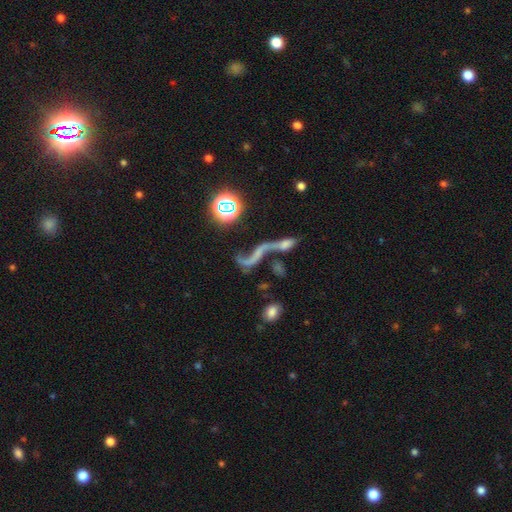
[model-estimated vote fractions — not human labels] A featured or disk galaxy (64%) with no bar (57%), spiral arms (72%) and no central bulge (61%). Merging: merger (47%).